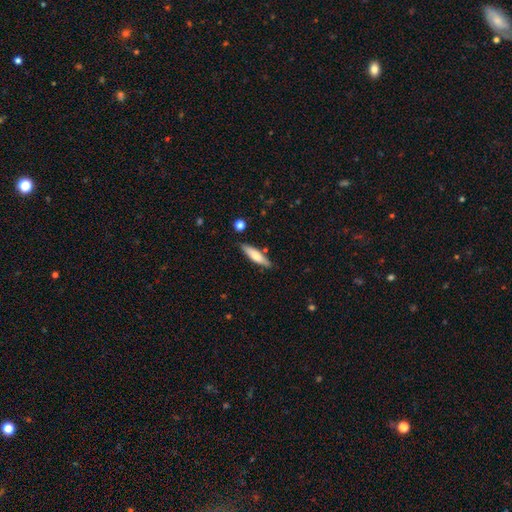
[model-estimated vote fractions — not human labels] Smooth or featured? Predicted: smooth (p=0.60). How rounded? Predicted: cigar-shaped (p=0.71). Merging? Predicted: none (p=0.84).